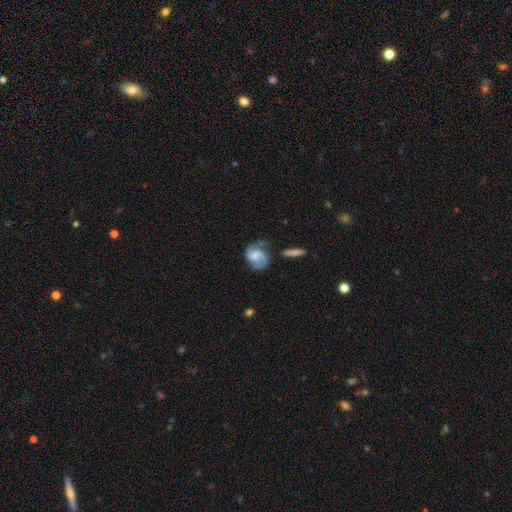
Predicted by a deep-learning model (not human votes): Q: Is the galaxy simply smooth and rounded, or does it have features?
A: featured or disk — 70%.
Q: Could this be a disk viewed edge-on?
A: no — 97%.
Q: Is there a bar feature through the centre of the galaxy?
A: no — 49%.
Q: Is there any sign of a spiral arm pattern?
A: yes — 92%.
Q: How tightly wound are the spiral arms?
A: medium — 49%.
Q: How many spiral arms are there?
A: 2 — 81%.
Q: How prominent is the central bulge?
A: moderate — 38%.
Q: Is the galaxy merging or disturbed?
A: none — 53%.